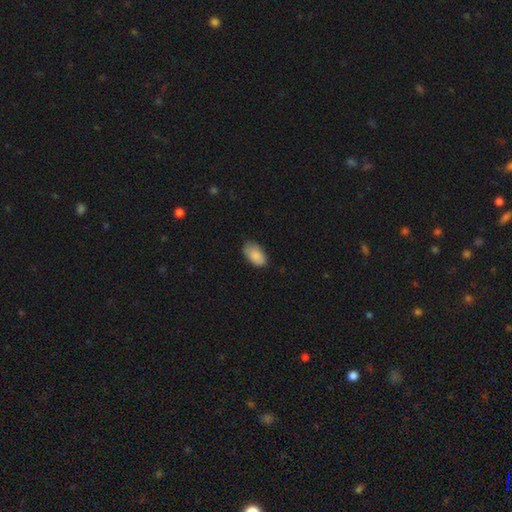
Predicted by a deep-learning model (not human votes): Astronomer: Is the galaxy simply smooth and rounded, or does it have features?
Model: smooth — 88%.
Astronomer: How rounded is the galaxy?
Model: in between — 94%.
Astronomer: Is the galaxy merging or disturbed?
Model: none — 73%.